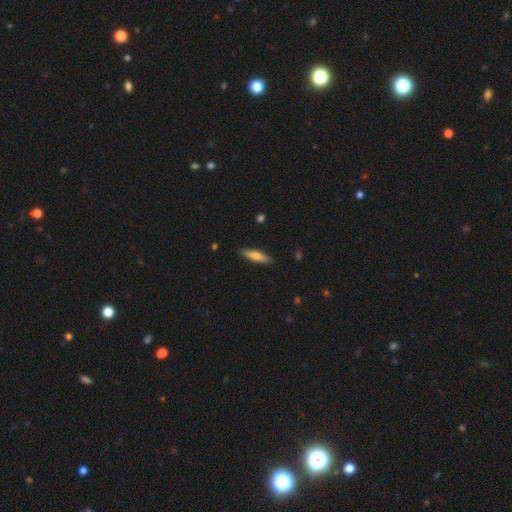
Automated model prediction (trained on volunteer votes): smooth-or-featured: smooth: 70% | featured or disk: 24% | star or artifact: 6%
  how-rounded: cigar-shaped: 65% | in between: 33% | round: 2%
  merging: none: 88% | minor disturbance: 9% | major disturbance: 2% | merger: 1%